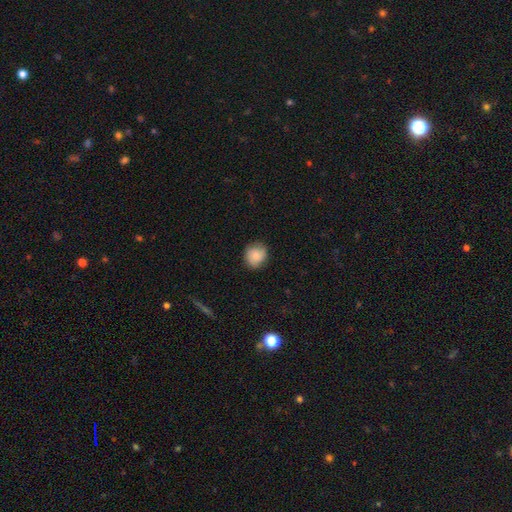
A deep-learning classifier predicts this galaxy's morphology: Smooth or featured? smooth (81%)
How rounded? round (79%)
Merging? none (79%)